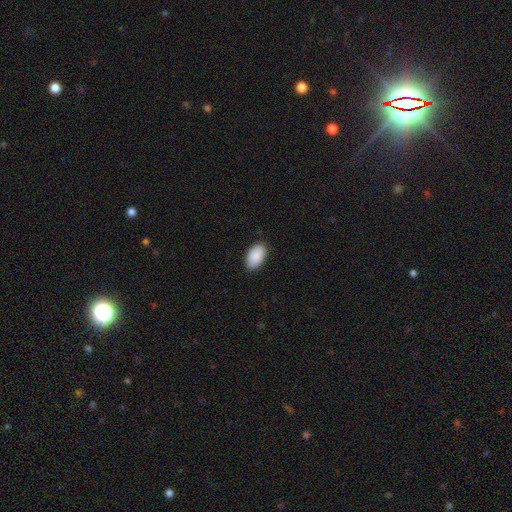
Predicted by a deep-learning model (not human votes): Q: Smooth or featured?
A: smooth (91%); runner-up: star or artifact (6%)
Q: How rounded?
A: in between (95%); runner-up: round (4%)
Q: Merging?
A: none (87%); runner-up: minor disturbance (10%)